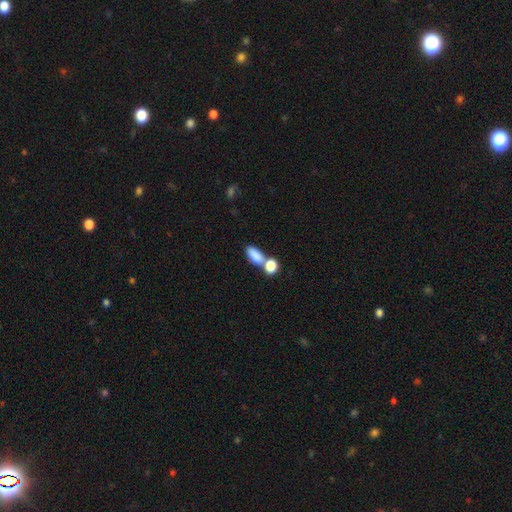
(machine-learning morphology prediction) Q: Smooth or featured?
A: smooth (84%); runner-up: featured or disk (8%)
Q: How rounded?
A: in between (86%); runner-up: round (9%)
Q: Merging?
A: merger (47%); runner-up: none (38%)